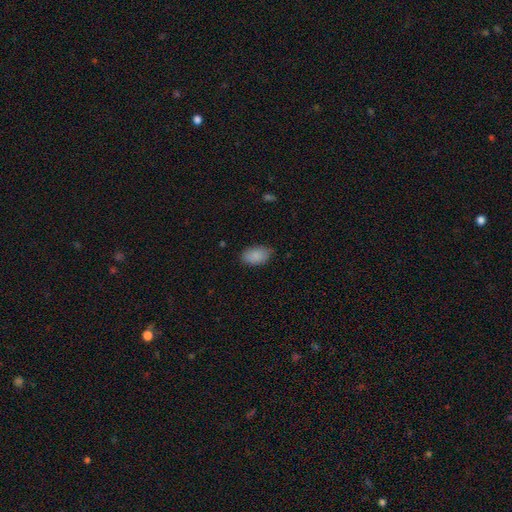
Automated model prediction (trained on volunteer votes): The model was most divided on "merging": none: 78%, minor disturbance: 18%, major disturbance: 3%, merger: 1%. More confident: how rounded — in between (92%); smooth or featured — smooth (88%).